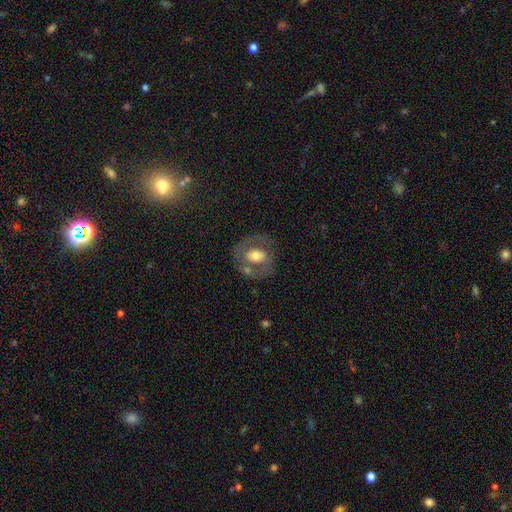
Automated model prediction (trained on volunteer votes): Overall: smooth (47%; featured or disk 45%). Merging: none (64%).